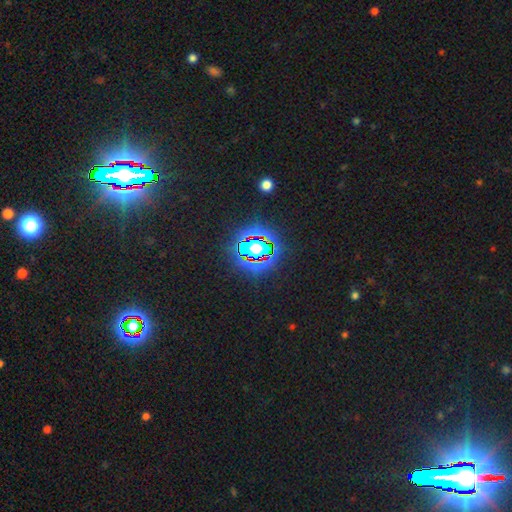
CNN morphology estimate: star or artifact 83%, smooth 9%, featured or disk 8%.